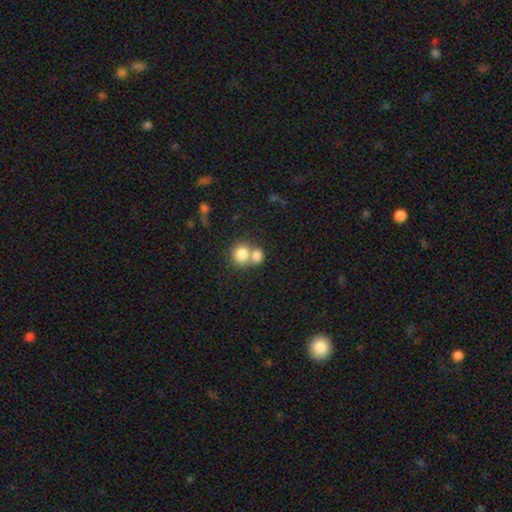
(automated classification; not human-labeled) Smooth or featured?
  - smooth: 79% *
  - featured or disk: 11%
  - star or artifact: 10%
How rounded?
  - round: 68% *
  - in between: 31%
  - cigar-shaped: 1%
Merging?
  - merger: 57% *
  - none: 33%
  - minor disturbance: 7%
  - major disturbance: 3%